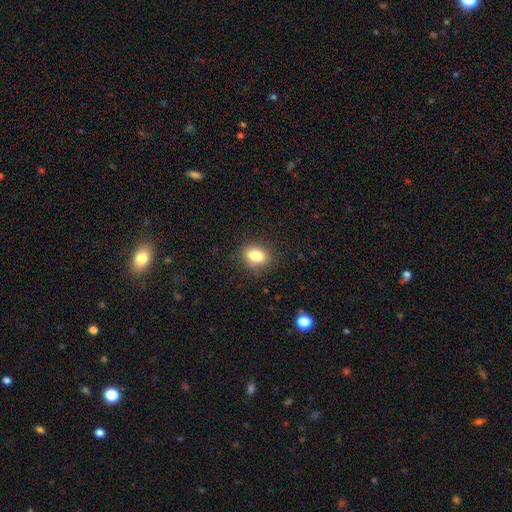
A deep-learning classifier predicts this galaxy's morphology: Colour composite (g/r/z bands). It shows a smooth galaxy with no disk features (82%) that is in between round and cigar-shaped (65%). Merging: none (85%).